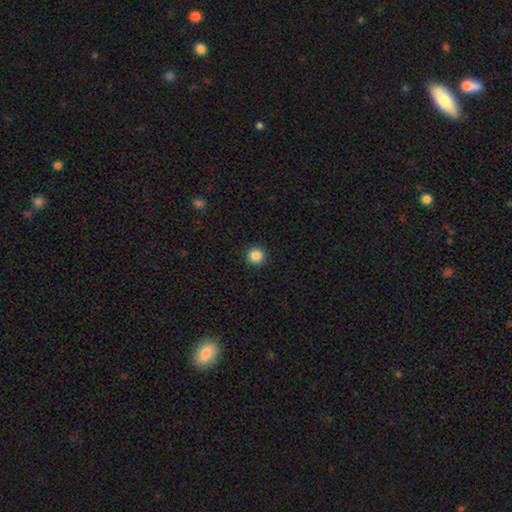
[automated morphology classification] Q: Smooth or featured?
A: smooth (87%); runner-up: star or artifact (10%)
Q: How rounded?
A: round (96%); runner-up: in between (3%)
Q: Merging?
A: none (93%); runner-up: minor disturbance (4%)